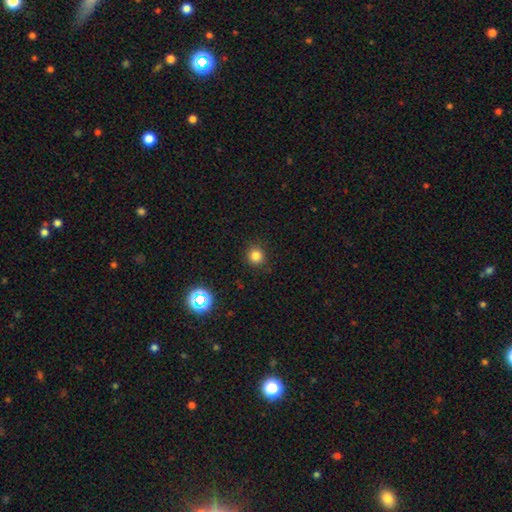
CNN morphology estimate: A smooth galaxy with no disk features (81%) that is round (92%). Merging: none (89%).